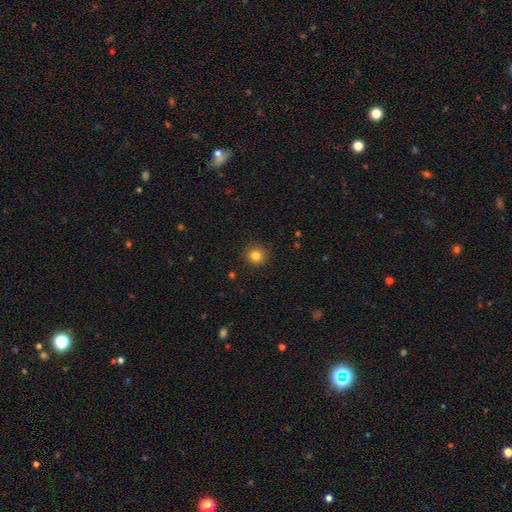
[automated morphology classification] Smooth or featured: smooth — 83% (star or artifact — 12%)
How rounded: round — 92% (in between — 7%)
Merging: none — 90% (minor disturbance — 6%)